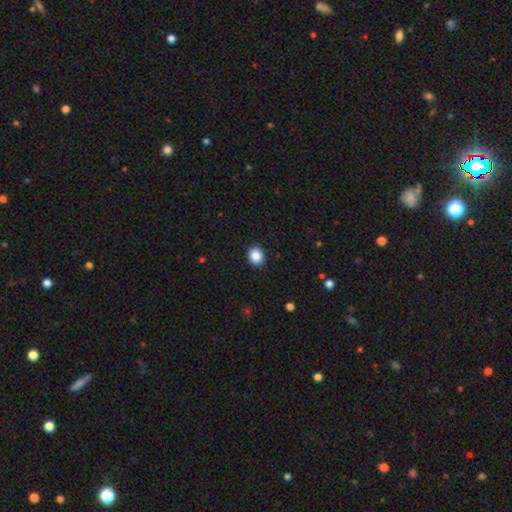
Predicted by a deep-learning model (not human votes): A smooth galaxy with no disk features (88%) that is round (60%). Merging: none (89%).